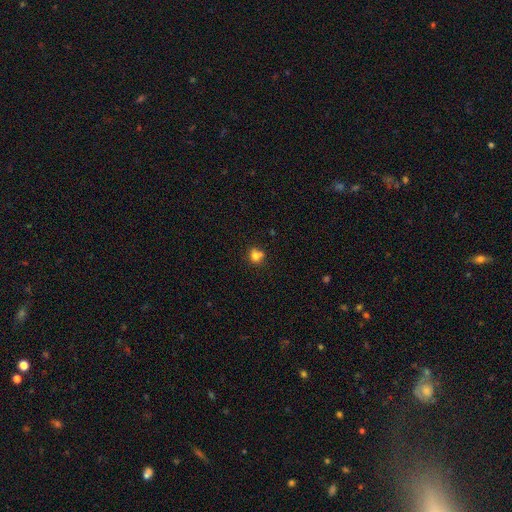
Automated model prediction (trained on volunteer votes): Morphology: type=smooth (74%); roundness=round (76%); merging=none (49%).